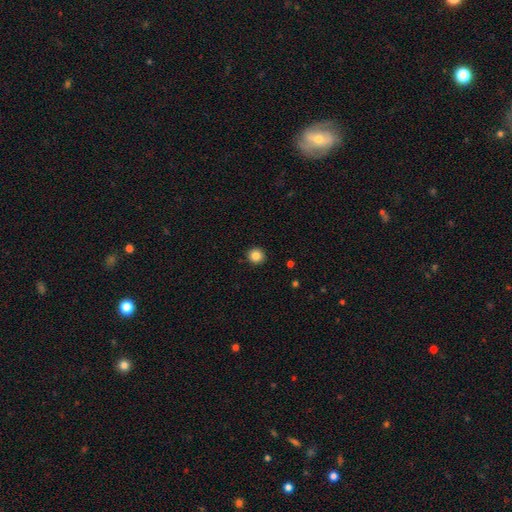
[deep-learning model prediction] smooth_or_featured: smooth (p=0.85) [alt: star or artifact p=0.10]
how_rounded: round (p=0.93) [alt: in between p=0.06]
merging: none (p=0.93) [alt: minor disturbance p=0.05]